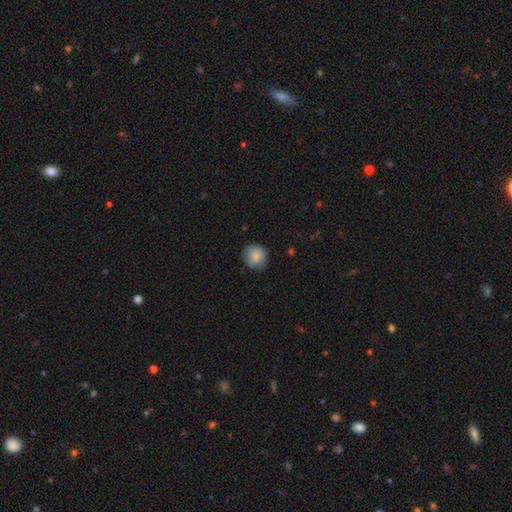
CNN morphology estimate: smooth 85%, star or artifact 8%, featured or disk 8%. Down the decision tree: how rounded — round (87%); merging — none (79%).